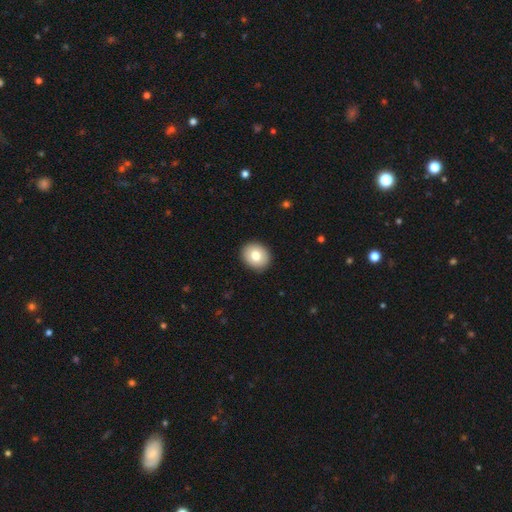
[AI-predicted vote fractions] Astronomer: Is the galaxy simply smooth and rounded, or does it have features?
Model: smooth — 79%.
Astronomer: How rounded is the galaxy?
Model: round — 66%.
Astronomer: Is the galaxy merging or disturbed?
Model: none — 91%.